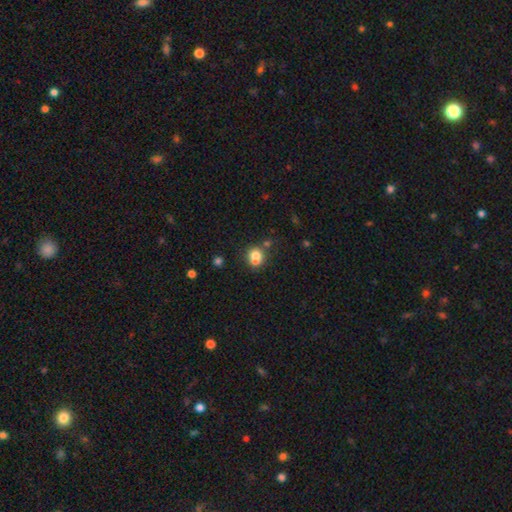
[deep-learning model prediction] Smooth or featured?
  - smooth: 73% *
  - featured or disk: 16%
  - star or artifact: 12%
How rounded?
  - round: 79% *
  - in between: 20%
  - cigar-shaped: 1%
Merging?
  - none: 43% * (tied)
  - merger: 43% * (tied)
  - minor disturbance: 10%
  - major disturbance: 4%